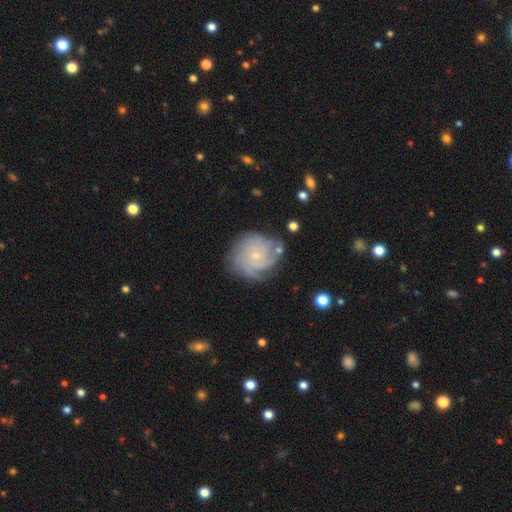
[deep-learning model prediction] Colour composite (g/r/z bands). It shows a featured or disk galaxy (77%) with no bar (80%), tight (69%) spiral arms (94%) and a small central bulge (83%). Merging: none (70%).